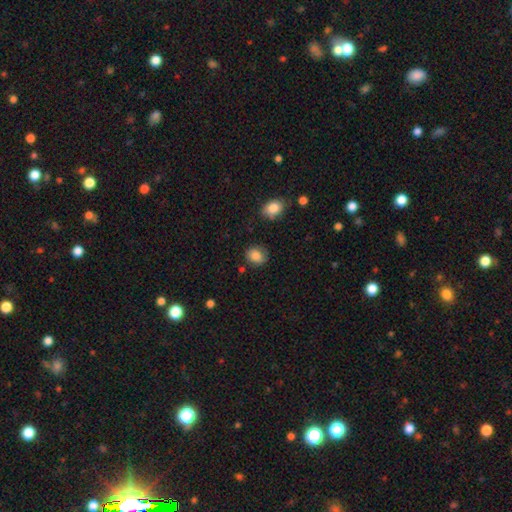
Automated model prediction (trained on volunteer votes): smooth 83%, star or artifact 9%, featured or disk 8%. Down the decision tree: how rounded — round (59%); merging — none (76%).